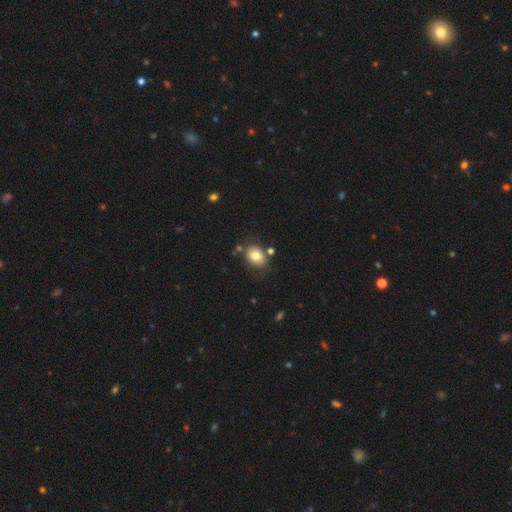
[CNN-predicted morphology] smooth 78%, featured or disk 13%, star or artifact 9%. Down the decision tree: how rounded — in between (61%); merging — none (72%).